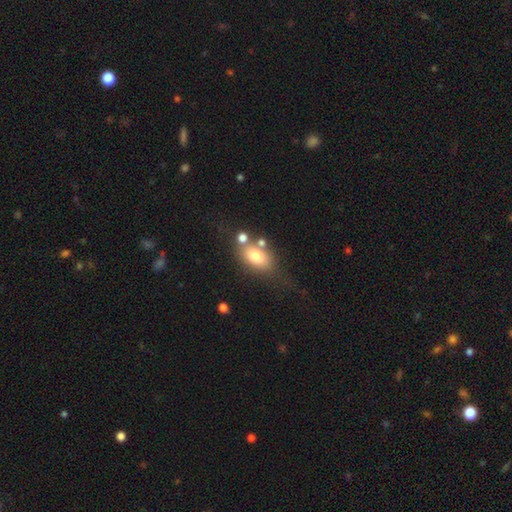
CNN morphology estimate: A smooth galaxy with no disk features (74%) that is in between round and cigar-shaped (83%). Merging: none (52%).